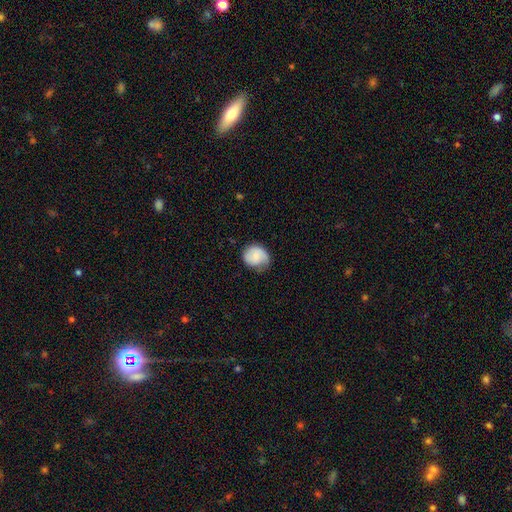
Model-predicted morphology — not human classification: Overall: smooth (63%; featured or disk 30%). How rounded: round (71%). Merging: none (56%; minor disturbance 31%).